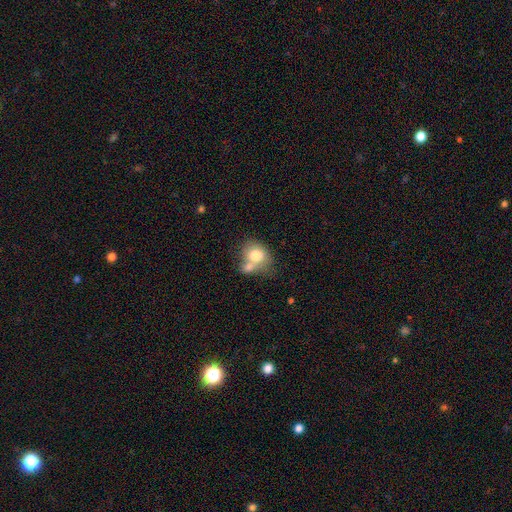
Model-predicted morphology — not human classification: Smooth or featured?
  - smooth: 75% *
  - featured or disk: 17%
  - star or artifact: 8%
How rounded?
  - in between: 53% *
  - round: 46%
  - cigar-shaped: 1%
Merging?
  - merger: 52% *
  - none: 29%
  - minor disturbance: 13%
  - major disturbance: 6%